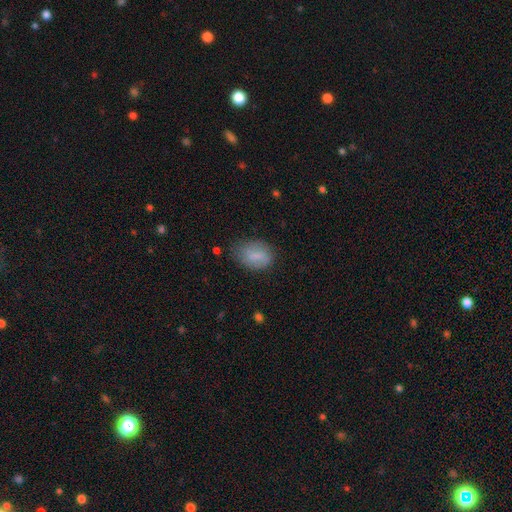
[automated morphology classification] This is likely a smooth galaxy (75%). How rounded: clearly in between (80%). Merging: likely none (65%).